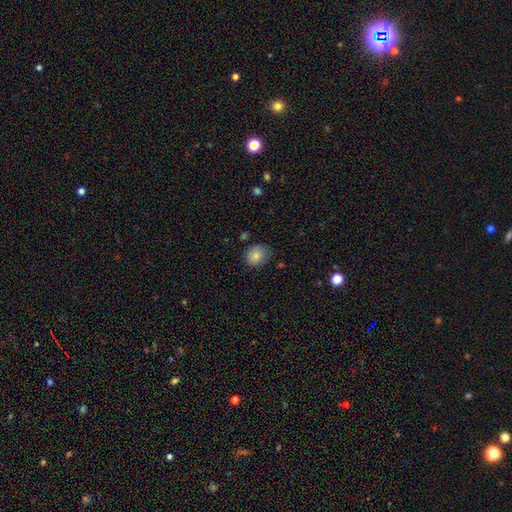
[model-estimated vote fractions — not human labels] Smooth or featured?
  - smooth: 81% *
  - star or artifact: 10%
  - featured or disk: 9%
How rounded?
  - round: 66% *
  - in between: 33%
  - cigar-shaped: 1%
Merging?
  - none: 65% *
  - minor disturbance: 27%
  - major disturbance: 5%
  - merger: 2%